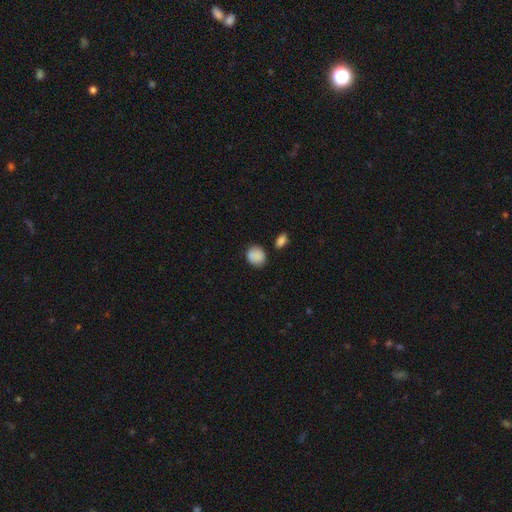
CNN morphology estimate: The model was most divided on "how rounded": round: 72%, in between: 26%, cigar-shaped: 1%. More confident: smooth or featured — smooth (87%); merging — none (77%).